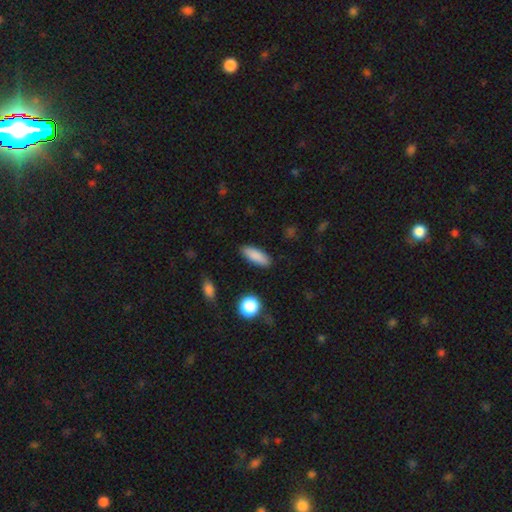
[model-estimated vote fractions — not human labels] This is clearly a smooth galaxy (87%). How rounded: likely in between (60%). Merging: clearly none (88%).